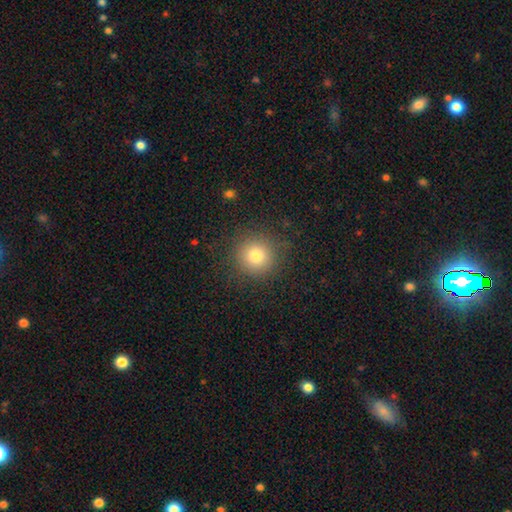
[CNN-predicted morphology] smooth 78%, star or artifact 13%, featured or disk 9%. Down the decision tree: how rounded — round (94%); merging — none (88%).